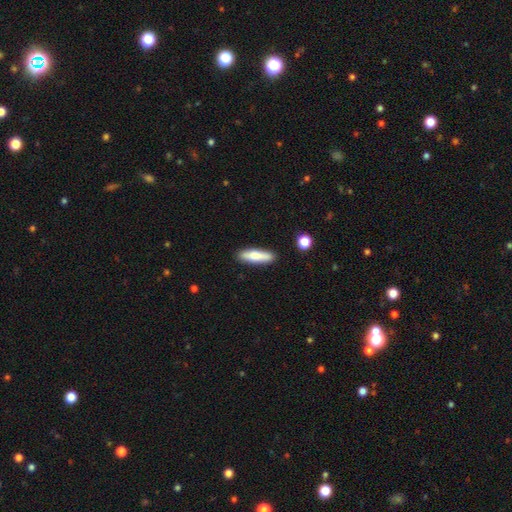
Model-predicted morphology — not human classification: Q: Smooth or featured?
A: smooth (70%); runner-up: featured or disk (24%)
Q: How rounded?
A: cigar-shaped (71%); runner-up: in between (27%)
Q: Merging?
A: none (85%); runner-up: minor disturbance (10%)